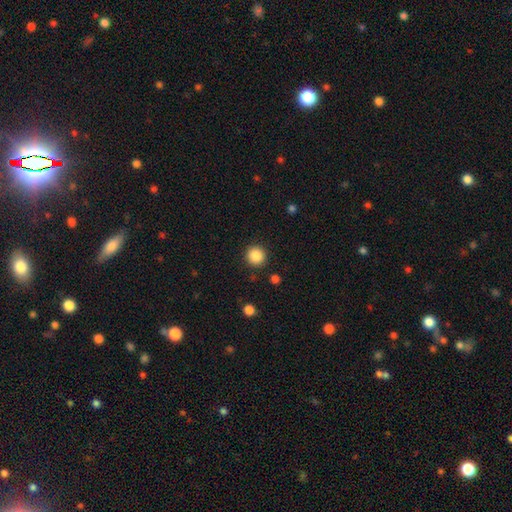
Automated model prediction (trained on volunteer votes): Morphology: type=smooth (87%); roundness=round (94%); merging=none (91%).